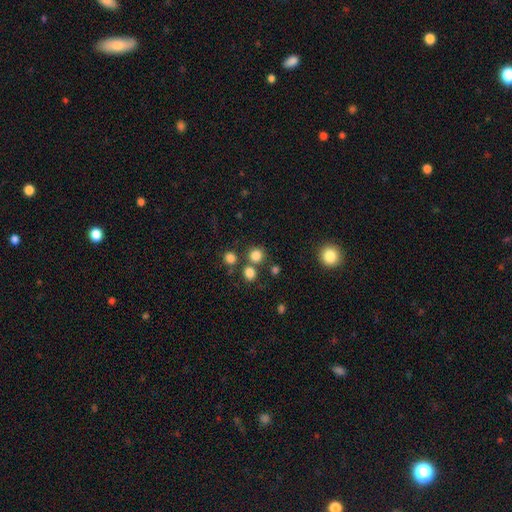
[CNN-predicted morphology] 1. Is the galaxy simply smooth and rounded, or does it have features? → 79% smooth, 15% star or artifact, 5% featured or disk.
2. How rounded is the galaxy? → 88% round, 11% in between, 1% cigar-shaped.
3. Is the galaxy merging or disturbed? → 70% none, 19% merger, 8% minor disturbance, 4% major disturbance.